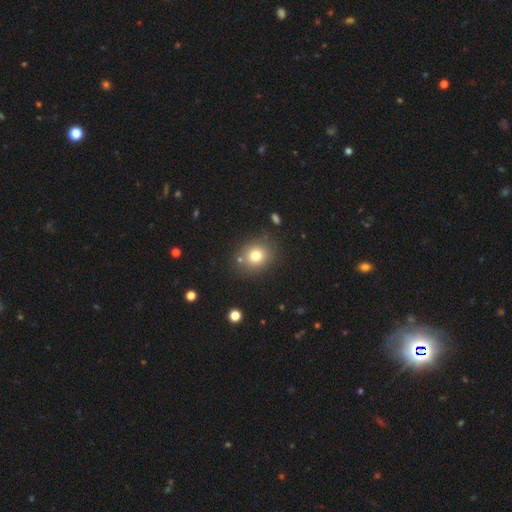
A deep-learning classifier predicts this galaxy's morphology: type=smooth (77%); roundness=round (75%); merging=none (82%).